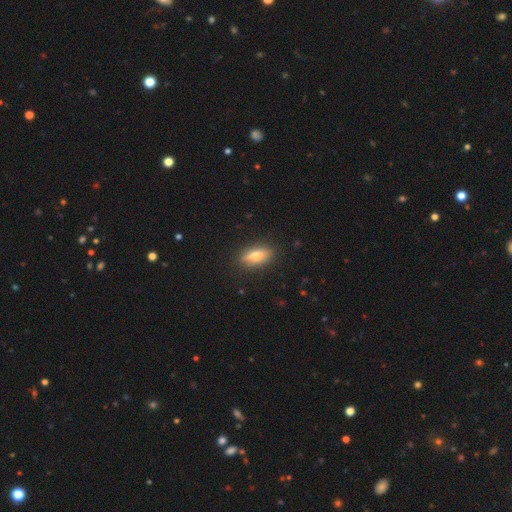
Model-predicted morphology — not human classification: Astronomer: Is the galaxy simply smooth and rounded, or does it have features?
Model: smooth — 61%.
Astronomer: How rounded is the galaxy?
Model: in between — 69%.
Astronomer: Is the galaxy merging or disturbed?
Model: none — 86%.